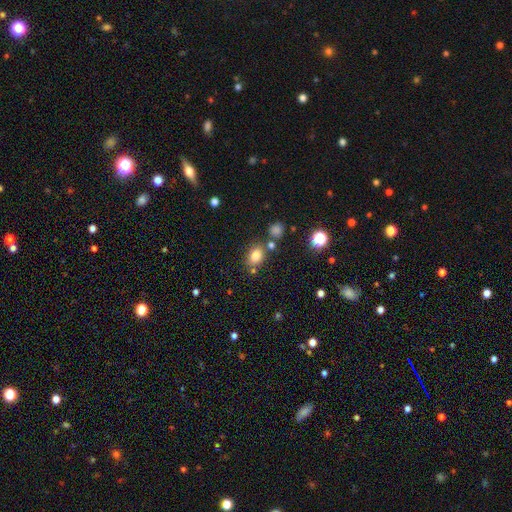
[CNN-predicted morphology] The model was most divided on "how rounded": in between: 59%, round: 40%, cigar-shaped: 1%. More confident: smooth or featured — smooth (79%); merging — none (72%).